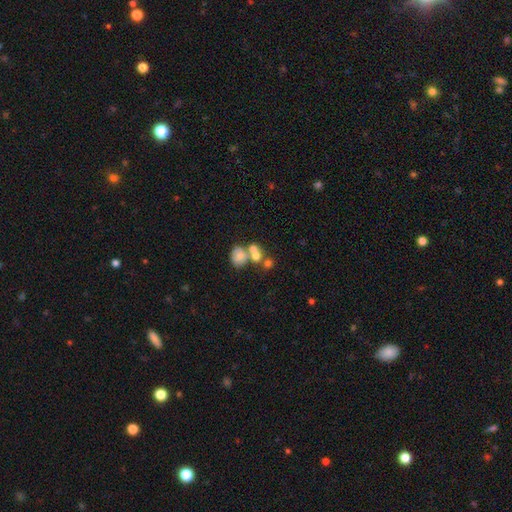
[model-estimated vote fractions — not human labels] smooth-or-featured: smooth: 65% | featured or disk: 22% | star or artifact: 13%
  how-rounded: round: 64% | in between: 35% | cigar-shaped: 1%
  merging: merger: 55% | none: 31% | minor disturbance: 8% | major disturbance: 6%